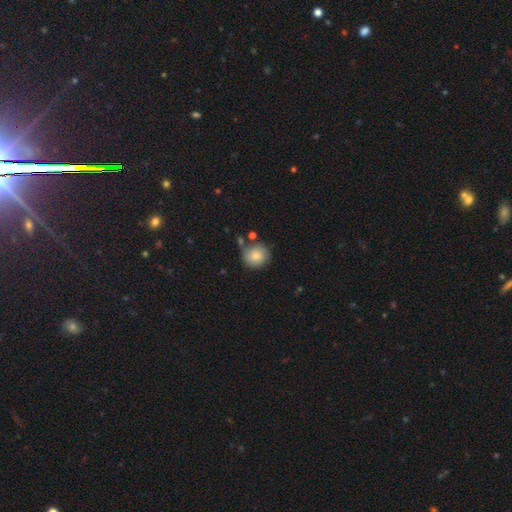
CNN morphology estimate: A smooth galaxy with no disk features (78%) that is round (88%). Merging: none (64%).